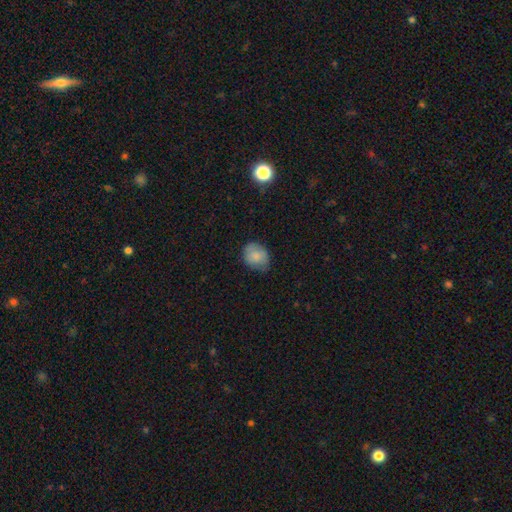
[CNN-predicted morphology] This appears to be a smooth galaxy with no disk features (81%) that is in between round and cigar-shaped (51%). Merging: none (70%).